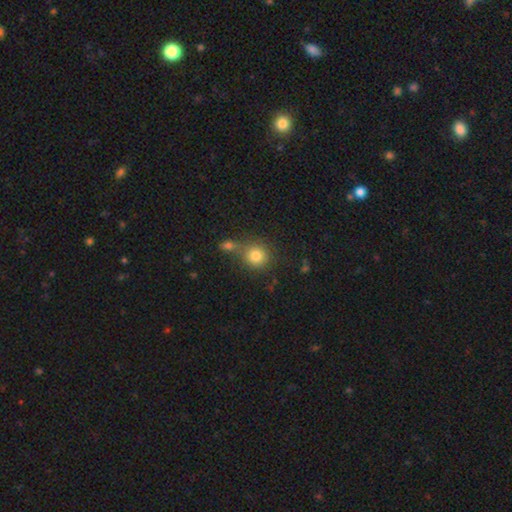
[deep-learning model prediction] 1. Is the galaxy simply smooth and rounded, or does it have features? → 81% smooth, 11% star or artifact, 8% featured or disk.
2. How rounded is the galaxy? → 88% round, 11% in between, 1% cigar-shaped.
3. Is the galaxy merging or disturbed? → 56% none, 28% merger, 11% minor disturbance, 5% major disturbance.